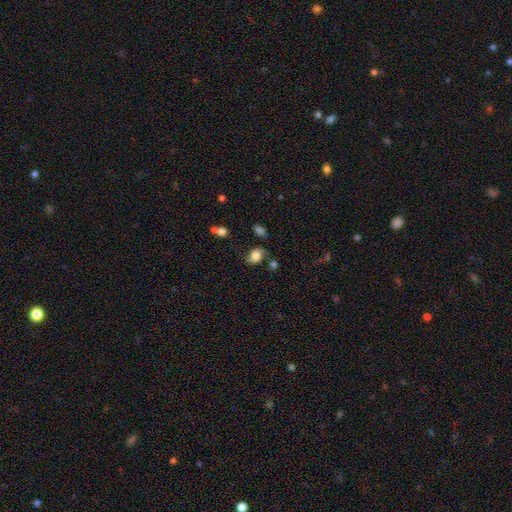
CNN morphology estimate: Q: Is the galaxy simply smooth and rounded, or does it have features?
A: smooth — 72%.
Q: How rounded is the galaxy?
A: in between — 71%.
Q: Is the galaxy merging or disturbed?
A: none — 64%.